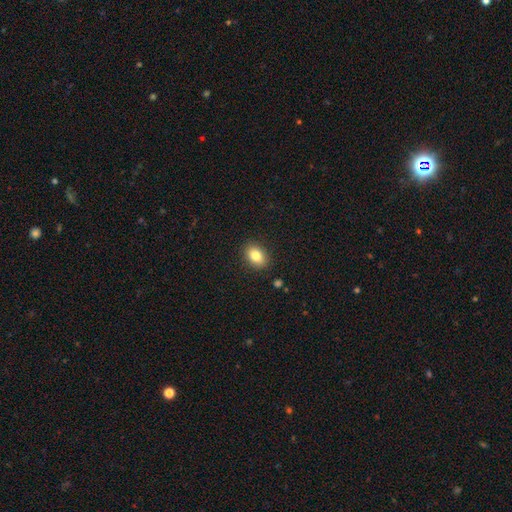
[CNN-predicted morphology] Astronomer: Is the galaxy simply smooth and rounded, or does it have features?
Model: smooth — 83%.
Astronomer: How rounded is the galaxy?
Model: in between — 78%.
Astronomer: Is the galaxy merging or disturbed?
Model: none — 88%.